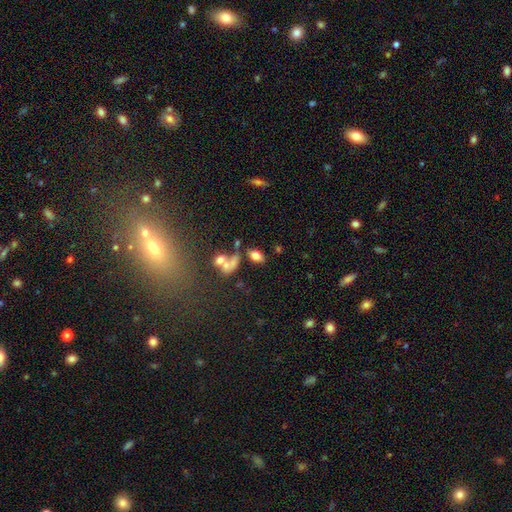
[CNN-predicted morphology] This appears to be a smooth galaxy with no disk features (72%) that is in between round and cigar-shaped (89%). Merging: none (56%).